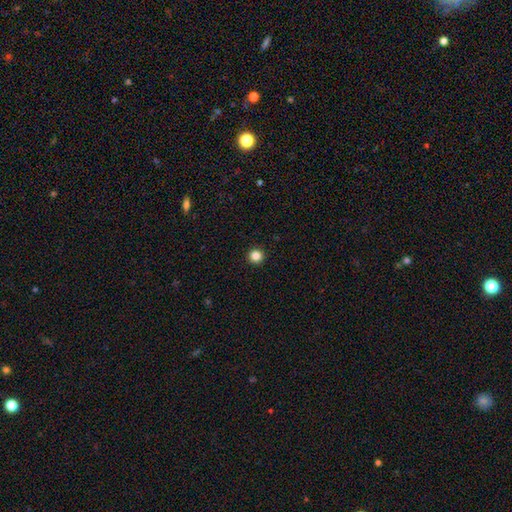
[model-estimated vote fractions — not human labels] Smooth or featured: smooth — 84% (star or artifact — 12%)
How rounded: round — 96% (in between — 3%)
Merging: none — 94% (minor disturbance — 4%)